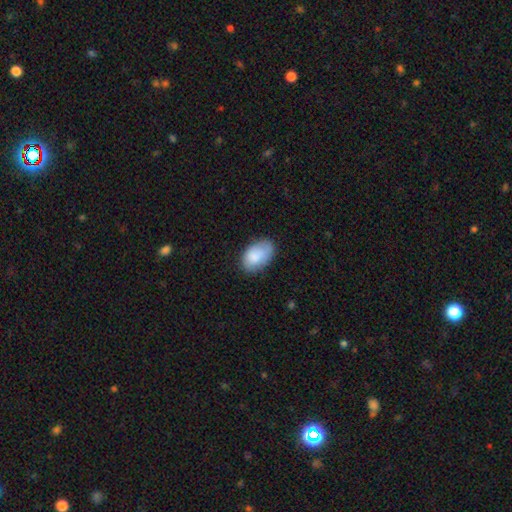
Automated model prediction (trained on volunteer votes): This appears to be a smooth galaxy with no disk features (84%) that is in between round and cigar-shaped (91%). Merging: none (72%).